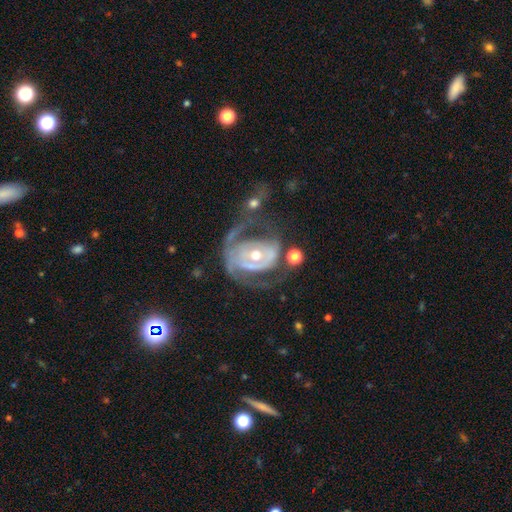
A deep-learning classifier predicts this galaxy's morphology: This appears to be a featured or disk galaxy (82%) with no bar (65%), 2 (46%) tight (39%) spiral arms (75%) and a moderate central bulge (63%). Merging: major disturbance (43%).